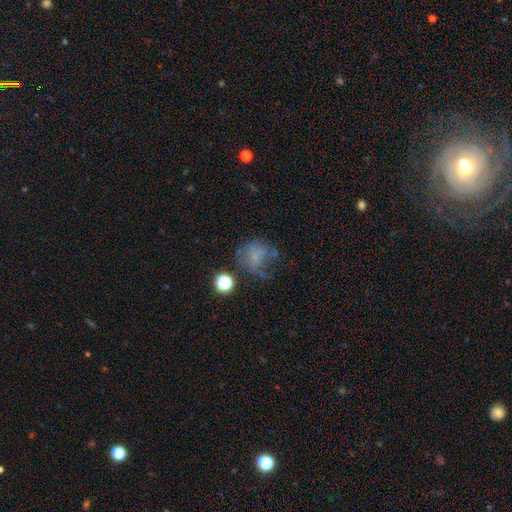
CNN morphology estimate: Smooth or featured? Predicted: smooth (p=0.50). How rounded? Predicted: round (p=0.70). Merging? Predicted: none (p=0.35, tied with major disturbance).